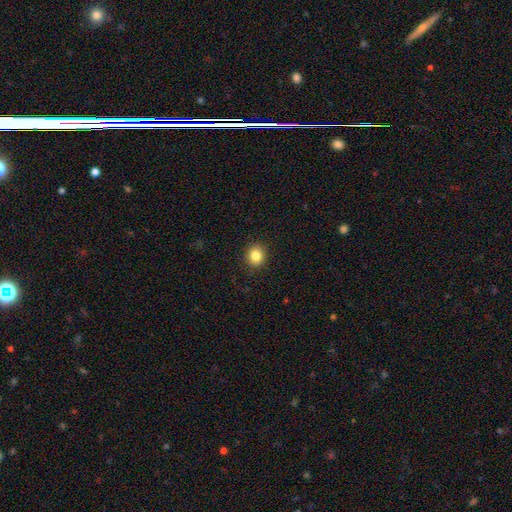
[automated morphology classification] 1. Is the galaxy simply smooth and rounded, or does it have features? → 84% smooth, 11% star or artifact, 5% featured or disk.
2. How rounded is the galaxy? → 79% round, 21% in between, 1% cigar-shaped.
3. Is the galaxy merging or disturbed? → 91% none, 6% minor disturbance, 2% major disturbance, 1% merger.